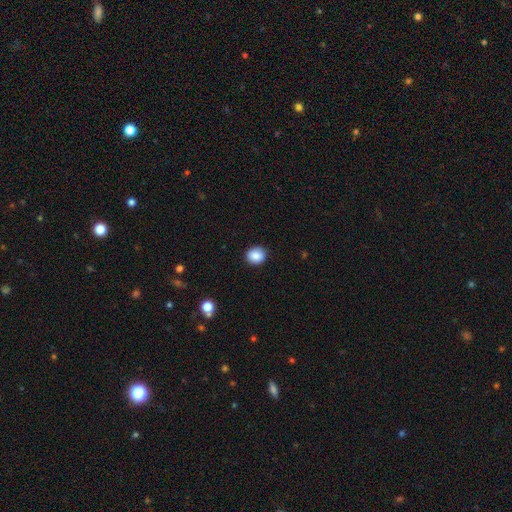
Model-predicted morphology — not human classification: This is clearly a smooth galaxy (87%). How rounded: likely round (75%). Merging: clearly none (90%).